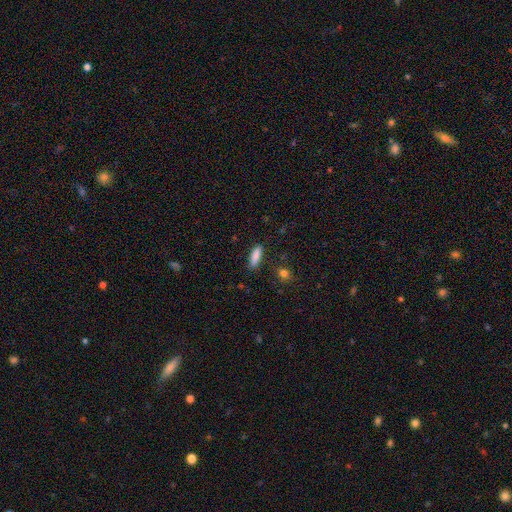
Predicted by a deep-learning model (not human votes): Smooth or featured? Predicted: smooth (p=0.86). How rounded? Predicted: cigar-shaped (p=0.57). Merging? Predicted: none (p=0.86).